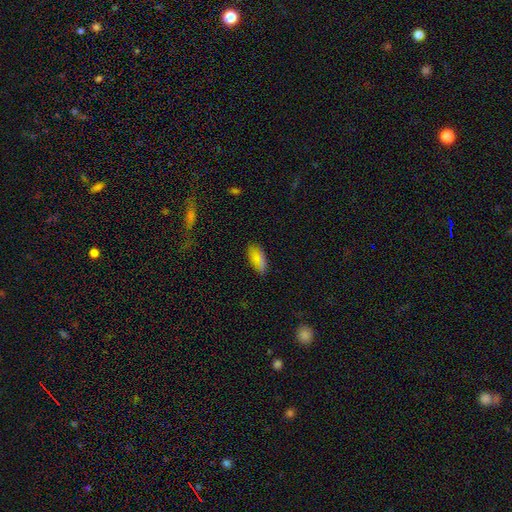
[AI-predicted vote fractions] smooth-or-featured: smooth: 66% | star or artifact: 22% | featured or disk: 12%
  how-rounded: in between: 83% | cigar-shaped: 12% | round: 4%
  merging: none: 69% | minor disturbance: 20% | major disturbance: 7% | merger: 4%